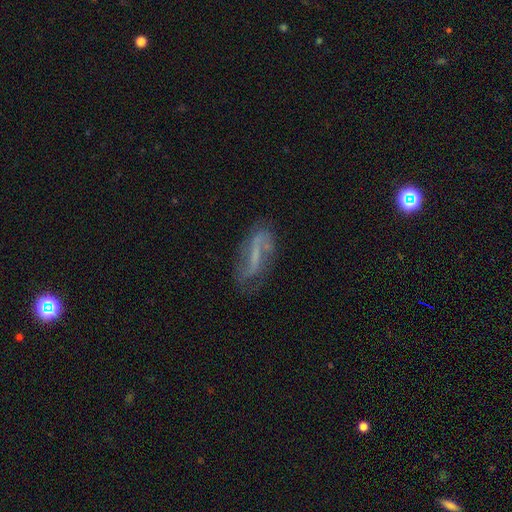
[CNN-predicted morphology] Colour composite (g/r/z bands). It shows a featured or disk galaxy (71%) with a strong bar (44%), spiral arms (79%) and no central bulge (51%). Merging: none (61%).